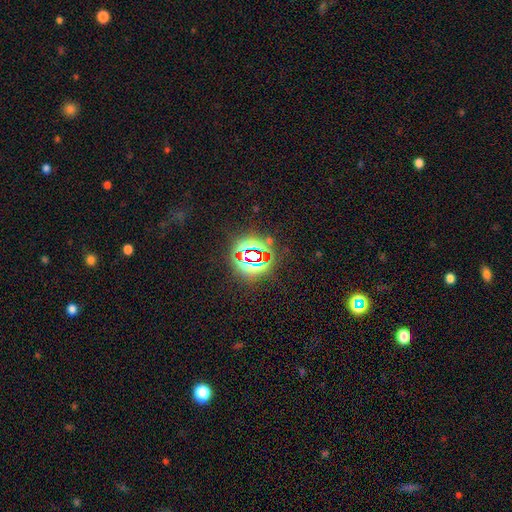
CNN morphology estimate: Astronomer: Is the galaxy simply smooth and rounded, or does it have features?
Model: star or artifact — 78%.